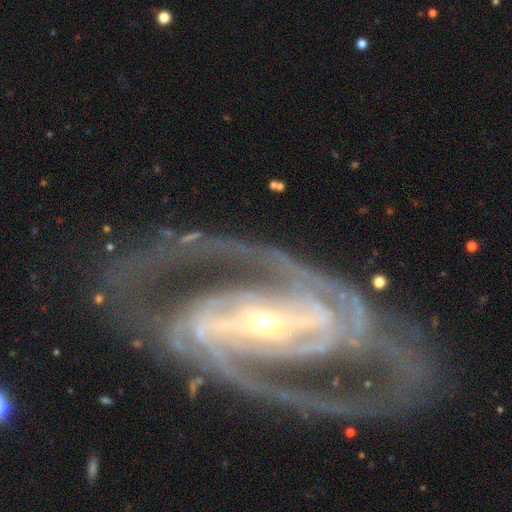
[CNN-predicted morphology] A featured or disk galaxy (93%) with a strong bar (70%), 2 (66%) medium (50%) spiral arms (98%) and a small central bulge (69%). Merging: none (64%).